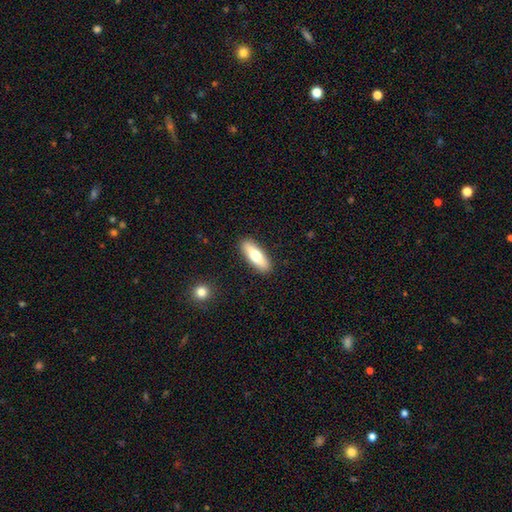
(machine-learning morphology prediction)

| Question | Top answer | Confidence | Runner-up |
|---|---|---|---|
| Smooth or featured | smooth | 66% | featured or disk (28%) |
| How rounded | in between | 53% | cigar-shaped (44%) |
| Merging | none | 90% | minor disturbance (7%) |